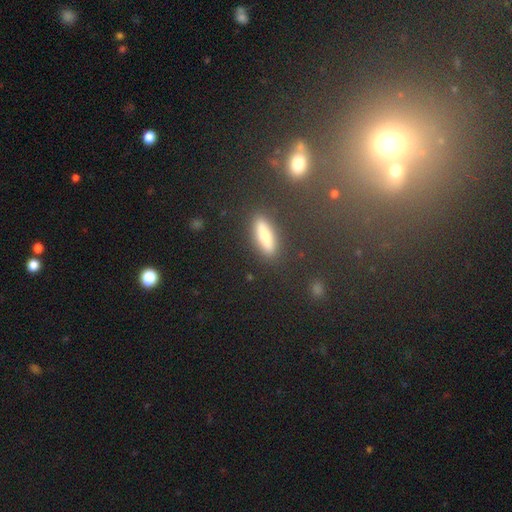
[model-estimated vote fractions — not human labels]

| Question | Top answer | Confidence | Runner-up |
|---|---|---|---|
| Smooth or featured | smooth | 44% | star or artifact (39%) |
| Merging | none | 79% | minor disturbance (9%) |